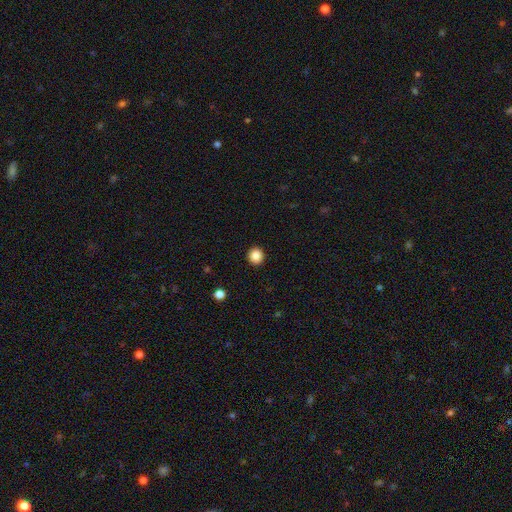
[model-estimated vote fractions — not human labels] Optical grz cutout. It shows a smooth galaxy with no disk features (86%) that is round (93%). Merging: none (93%).